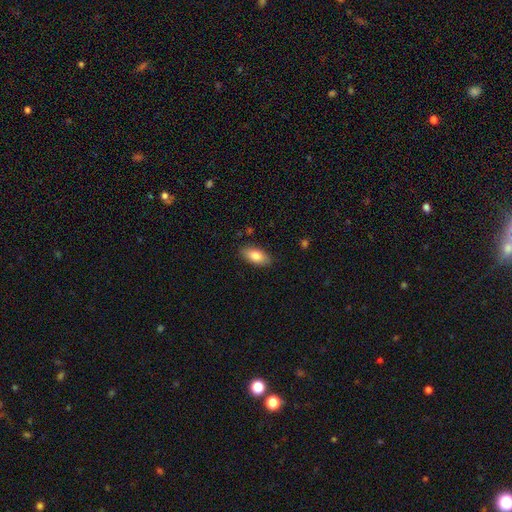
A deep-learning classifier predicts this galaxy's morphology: smooth 83%, featured or disk 11%, star or artifact 7%. Down the decision tree: how rounded — in between (91%); merging — none (86%).